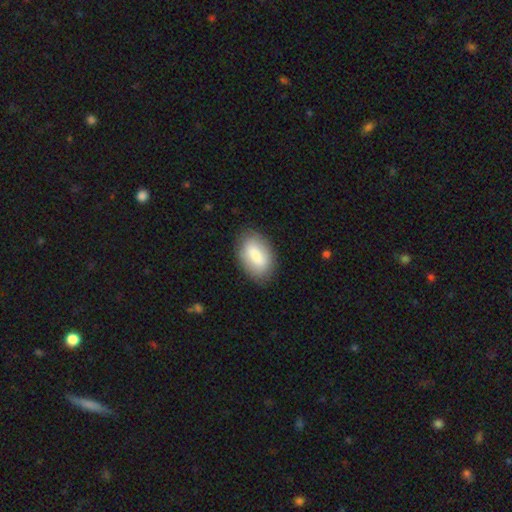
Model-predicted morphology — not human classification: This appears to be a smooth galaxy with no disk features (78%) that is in between round and cigar-shaped (91%). Merging: none (82%).